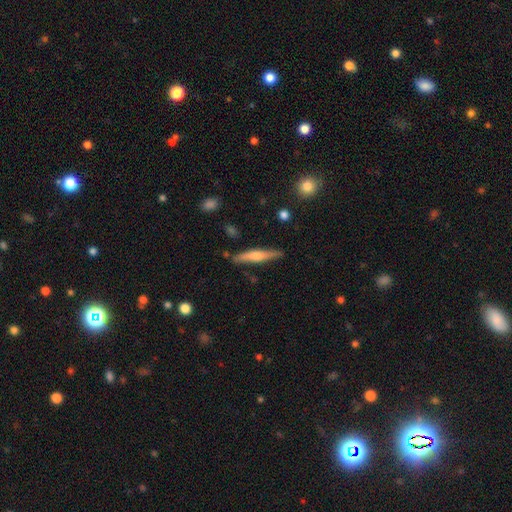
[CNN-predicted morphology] smooth 48%, featured or disk 46%, star or artifact 6%. Down the decision tree: merging — none (83%).